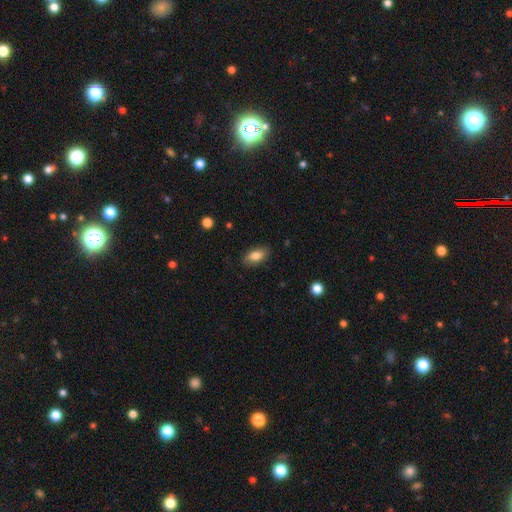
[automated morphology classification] A smooth galaxy with no disk features (82%) that is in between round and cigar-shaped (90%). Merging: none (85%).